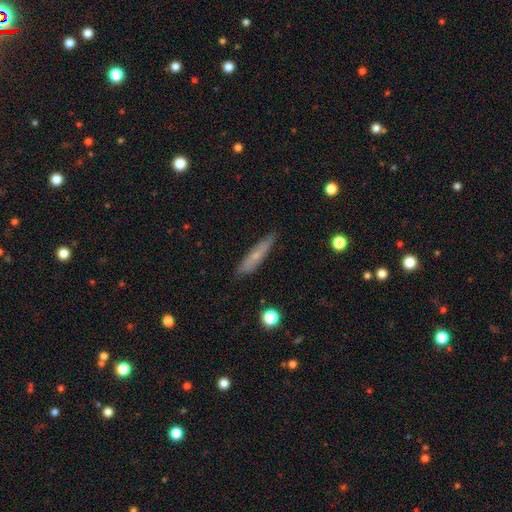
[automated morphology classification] The model was most divided on "smooth or featured": smooth: 55%, featured or disk: 38%, star or artifact: 7%. More confident: how rounded — cigar-shaped (85%); merging — none (82%).